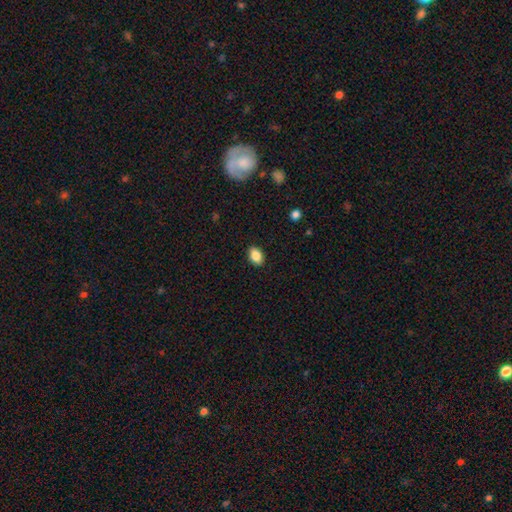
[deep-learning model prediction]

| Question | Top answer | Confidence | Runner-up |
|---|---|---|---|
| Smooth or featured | smooth | 87% | star or artifact (8%) |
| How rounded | in between | 84% | round (15%) |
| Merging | none | 89% | minor disturbance (8%) |